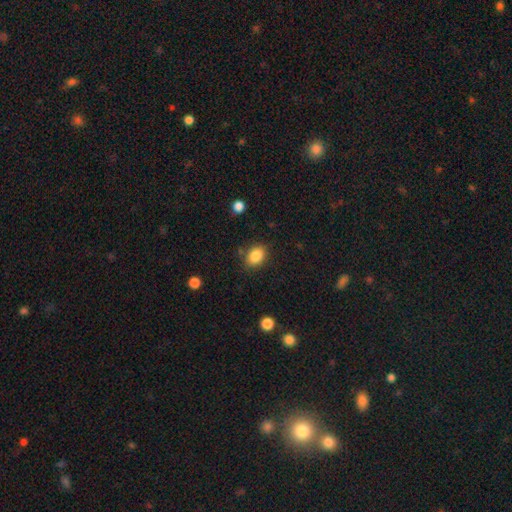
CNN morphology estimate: smooth 85%, star or artifact 9%, featured or disk 6%. Down the decision tree: how rounded — in between (72%); merging — none (80%).